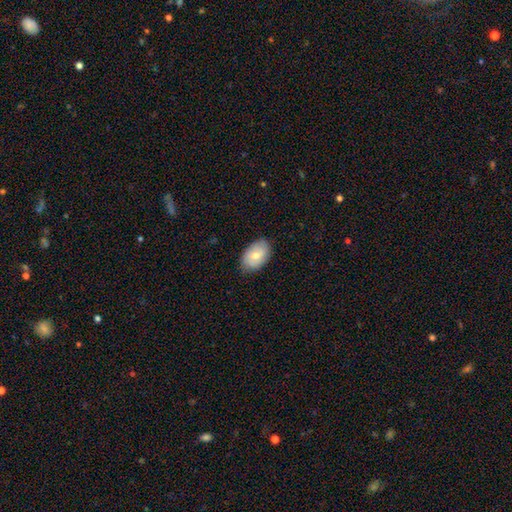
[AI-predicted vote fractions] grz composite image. It shows a smooth galaxy with no disk features (70%) that is in between round and cigar-shaped (90%). Merging: none (81%).